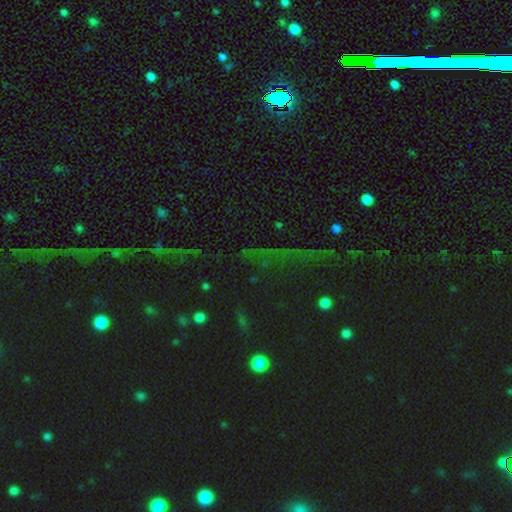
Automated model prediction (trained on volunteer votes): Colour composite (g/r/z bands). It shows a star or artifact, not a galaxy (78%).